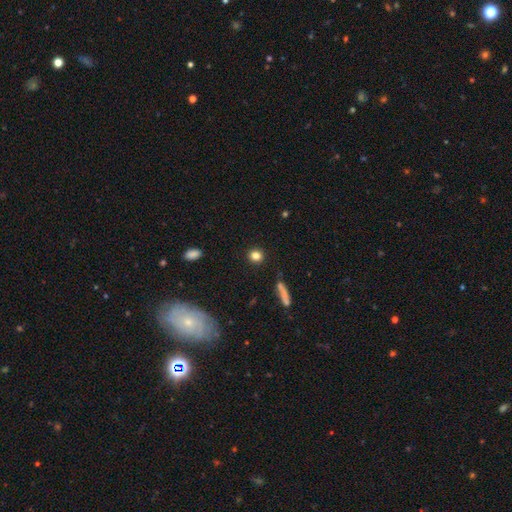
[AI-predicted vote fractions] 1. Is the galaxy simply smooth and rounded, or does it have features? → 83% smooth, 11% star or artifact, 7% featured or disk.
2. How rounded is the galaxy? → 89% round, 9% in between, 2% cigar-shaped.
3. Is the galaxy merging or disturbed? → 90% none, 6% minor disturbance, 2% major disturbance, 2% merger.